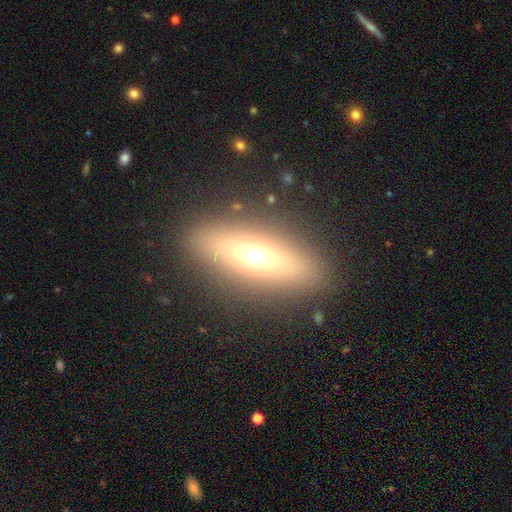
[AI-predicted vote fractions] This appears to be a smooth galaxy with no disk features (52%) that is in between round and cigar-shaped (55%). Merging: none (87%).